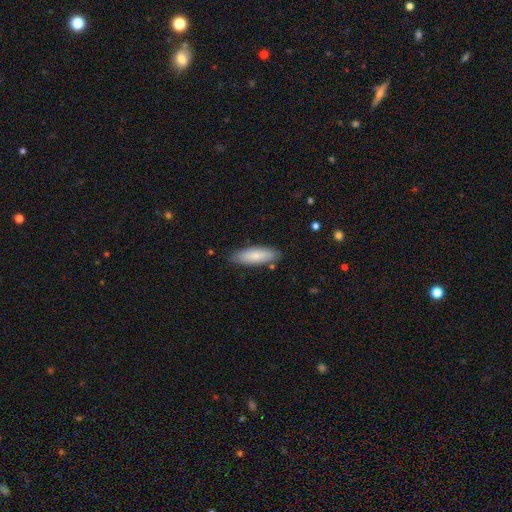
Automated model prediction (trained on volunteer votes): Overall: smooth (80%). How rounded: in between (59%; cigar-shaped 40%). Merging: none (83%).